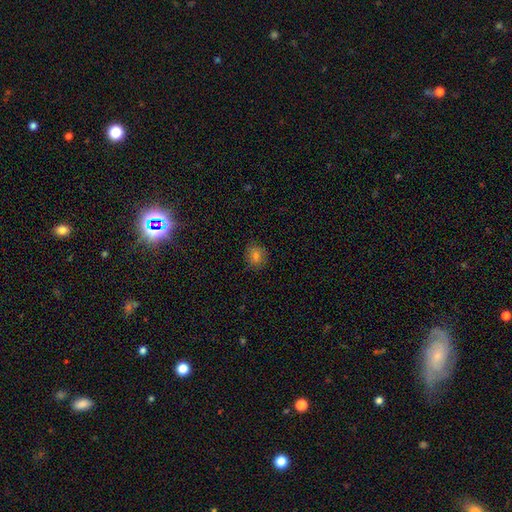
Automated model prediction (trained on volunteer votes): Overall: smooth (70%). How rounded: round (74%). Merging: none (87%).